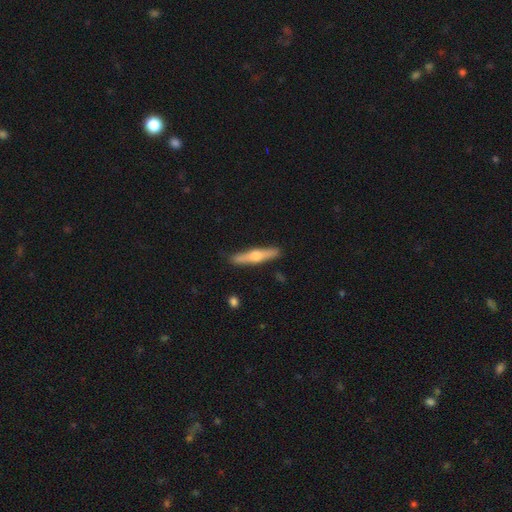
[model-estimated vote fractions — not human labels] smooth-or-featured: featured or disk: 58% | smooth: 37% | star or artifact: 5%
  disk-edge-on: yes: 96% | no: 4%
    edge-on-bulge: rounded: 92% | none: 4% | boxy: 4%
  merging: none: 89% | minor disturbance: 8% | major disturbance: 2% | merger: 1%